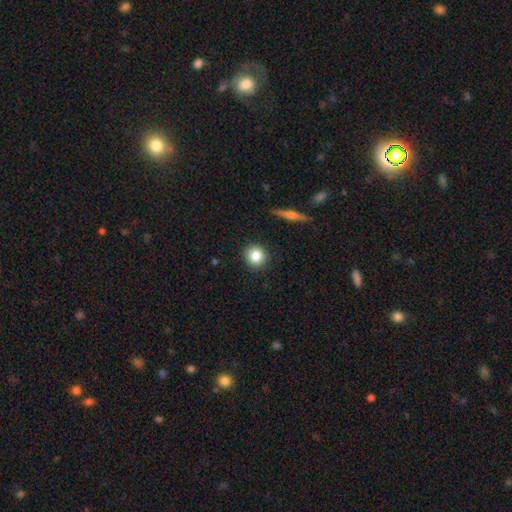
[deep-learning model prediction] smooth 82%, star or artifact 9%, featured or disk 8%. Down the decision tree: how rounded — round (89%); merging — none (90%).